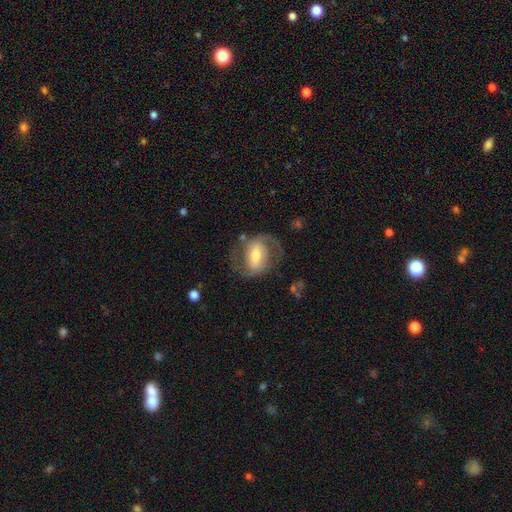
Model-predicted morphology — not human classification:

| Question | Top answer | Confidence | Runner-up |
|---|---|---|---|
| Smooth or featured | featured or disk | 78% | smooth (16%) |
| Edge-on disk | no | 97% | yes (3%) |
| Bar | weak | 43% | strong (38%) |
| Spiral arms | yes | 88% | no (12%) |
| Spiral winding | medium | 53% | tight (24%) |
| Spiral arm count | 2 | 86% | can't tell (6%) |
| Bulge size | moderate | 61% | small (23%) |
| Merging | none | 67% | minor disturbance (17%) |